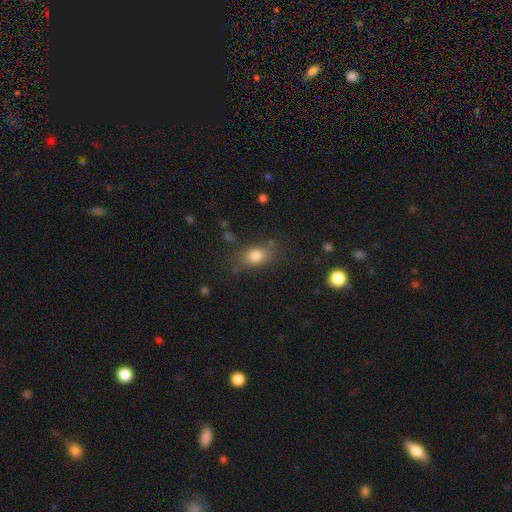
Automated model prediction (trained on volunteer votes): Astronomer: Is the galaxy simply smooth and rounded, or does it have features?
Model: smooth — 79%.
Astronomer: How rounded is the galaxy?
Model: in between — 69%.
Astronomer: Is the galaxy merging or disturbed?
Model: none — 74%.